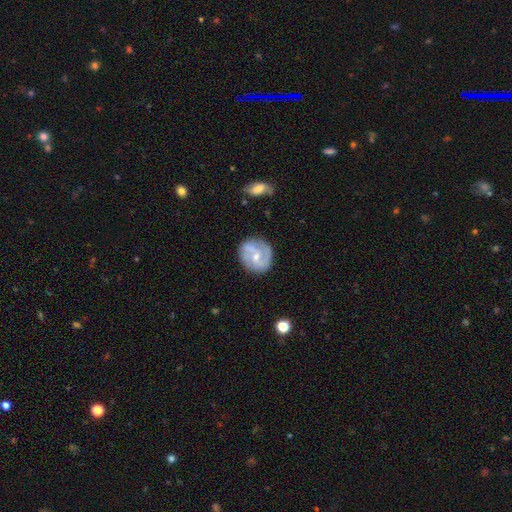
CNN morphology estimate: Smooth or featured? featured or disk (76%)
Edge-on disk? no (97%)
Bar? no (44%)
Spiral arms? yes (91%)
Spiral winding? medium (47%)
Spiral arm count? 2 (75%)
Bulge size? small (51%)
Merging? none (76%)